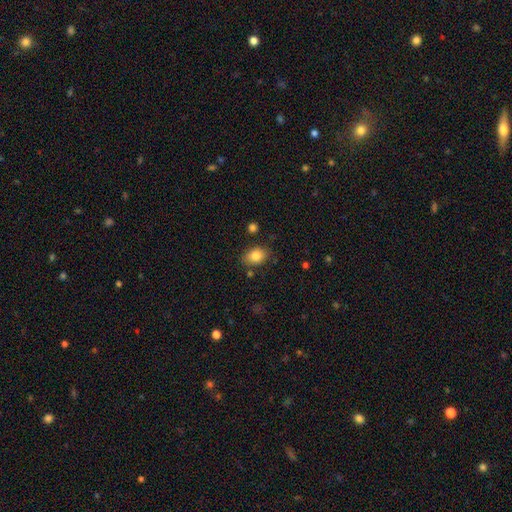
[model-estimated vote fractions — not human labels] This is clearly a smooth galaxy (84%). How rounded: likely in between (79%). Merging: likely none (79%).